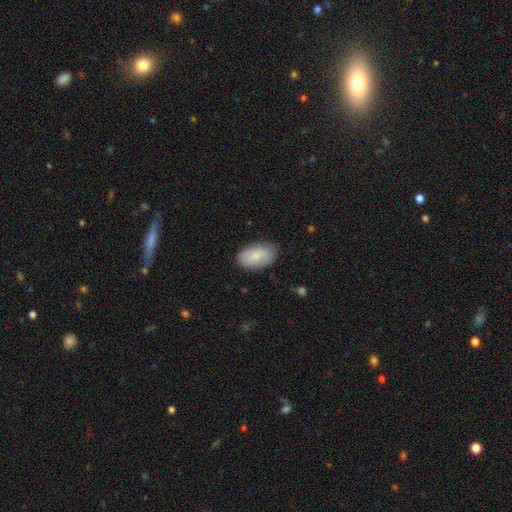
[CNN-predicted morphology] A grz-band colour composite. It shows a smooth galaxy with no disk features (80%) that is in between round and cigar-shaped (94%). Merging: none (81%).